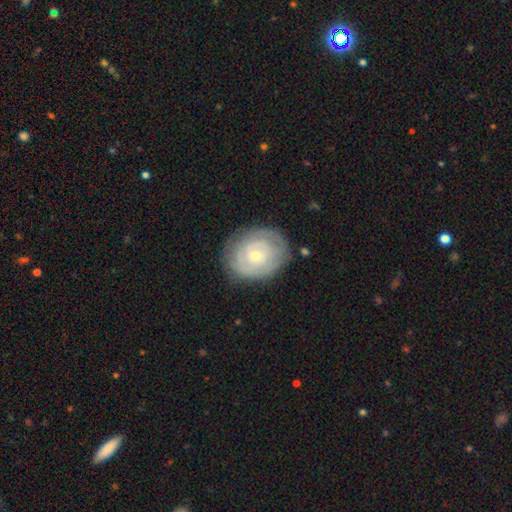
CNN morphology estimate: type=featured or disk (58%); edge-on=no (96%); bar=no (81%); spiral arms=yes (58%); bulge=small (64%); merging=none (75%).